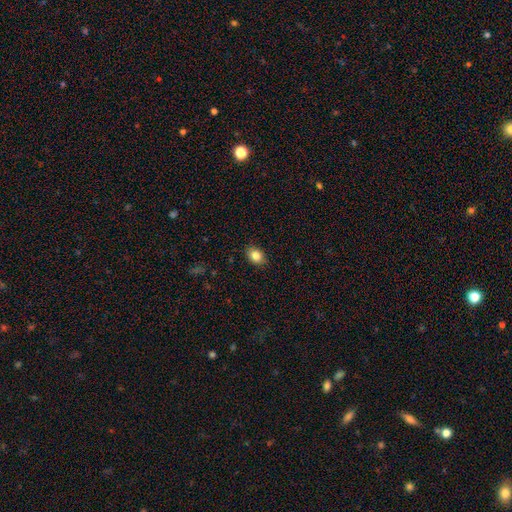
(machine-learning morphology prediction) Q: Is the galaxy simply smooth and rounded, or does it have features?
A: smooth — 84%.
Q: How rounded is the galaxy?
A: in between — 60%.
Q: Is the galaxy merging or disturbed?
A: none — 88%.